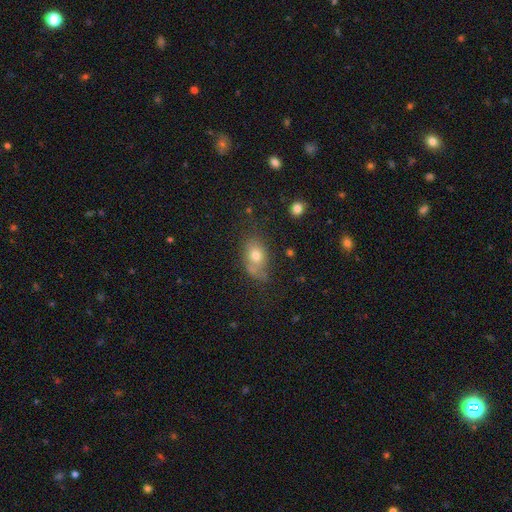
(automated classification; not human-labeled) smooth 73%, featured or disk 16%, star or artifact 11%. Down the decision tree: how rounded — in between (78%); merging — none (53%).